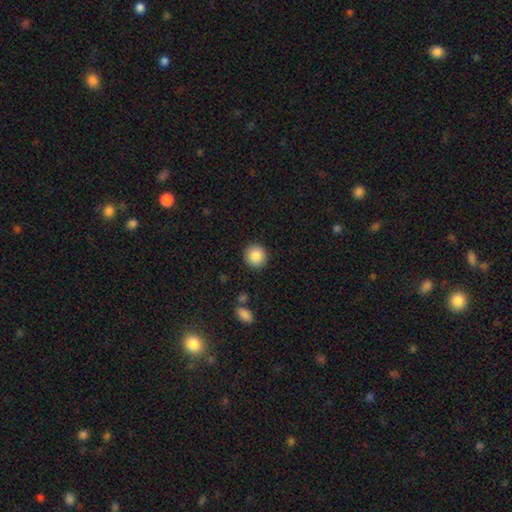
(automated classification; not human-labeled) Q: Smooth or featured?
A: smooth (87%); runner-up: star or artifact (8%)
Q: How rounded?
A: round (93%); runner-up: in between (6%)
Q: Merging?
A: none (90%); runner-up: minor disturbance (6%)